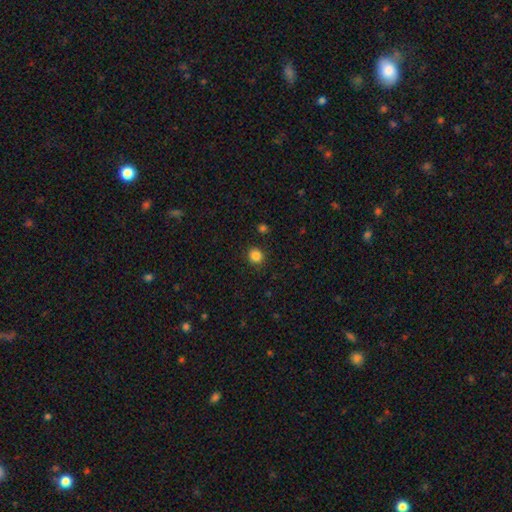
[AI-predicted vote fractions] This is clearly a smooth galaxy (85%). How rounded: clearly round (89%). Merging: clearly none (90%).